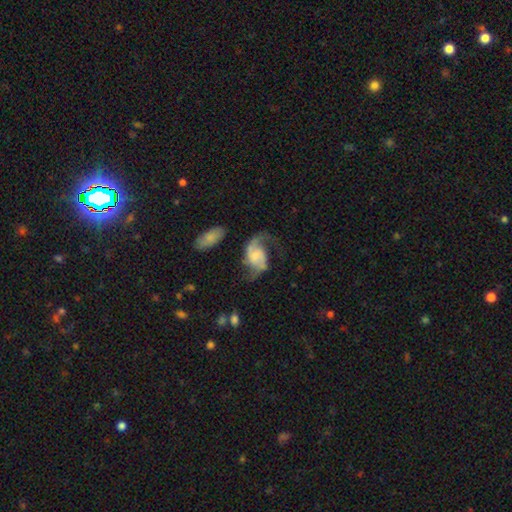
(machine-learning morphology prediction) Smooth or featured? featured or disk (83%)
Edge-on disk? no (97%)
Bar? no (59%)
Spiral arms? yes (95%)
Spiral winding? loose (56%)
Spiral arm count? 2 (85%)
Bulge size? small (38%)
Merging? none (49%)